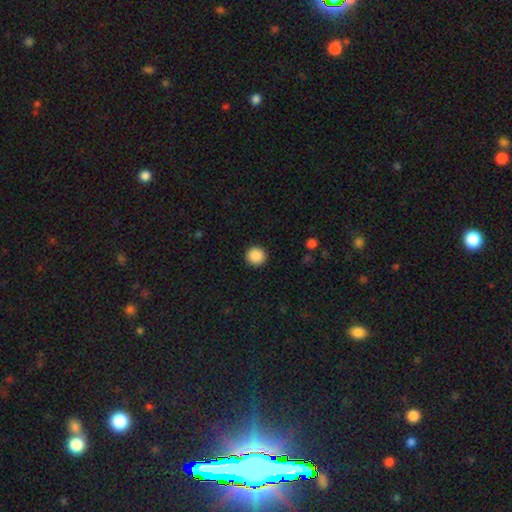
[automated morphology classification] Smooth or featured: smooth — 89% (star or artifact — 9%)
How rounded: round — 95% (in between — 4%)
Merging: none — 93% (minor disturbance — 5%)